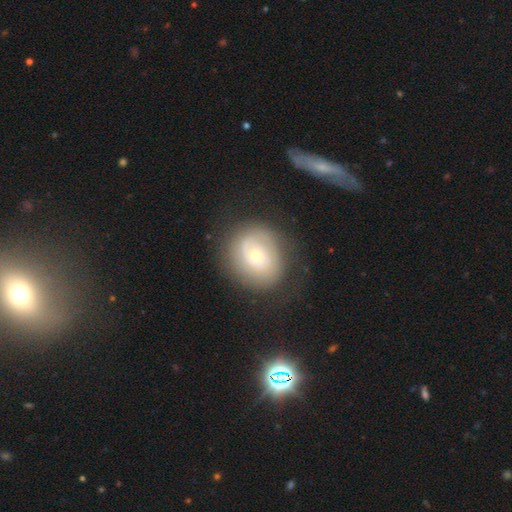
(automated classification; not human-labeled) smooth-or-featured: featured or disk: 57% | smooth: 35% | star or artifact: 8%
  disk-edge-on: no: 97% | yes: 3%
    bar: no: 80% | weak: 16% | strong: 4%
    has-spiral-arms: yes: 66% | no: 34%
    bulge-size: small: 53% | moderate: 42% | large: 3% | dominant: 1% | none: 1%
  merging: none: 72% | minor disturbance: 17% | major disturbance: 10% | merger: 2%